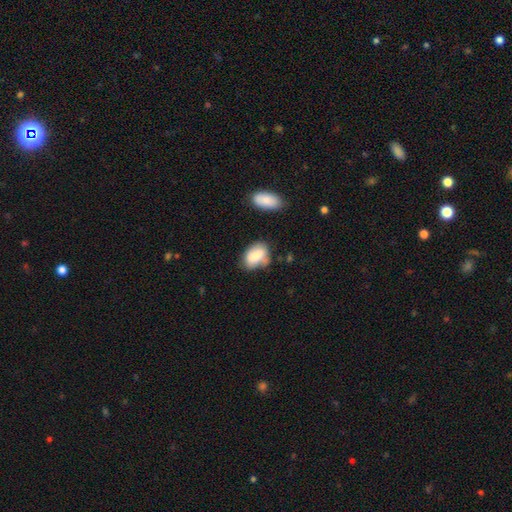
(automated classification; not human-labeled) Morphology: type=smooth (78%); roundness=in between (86%); merging=none (53%).